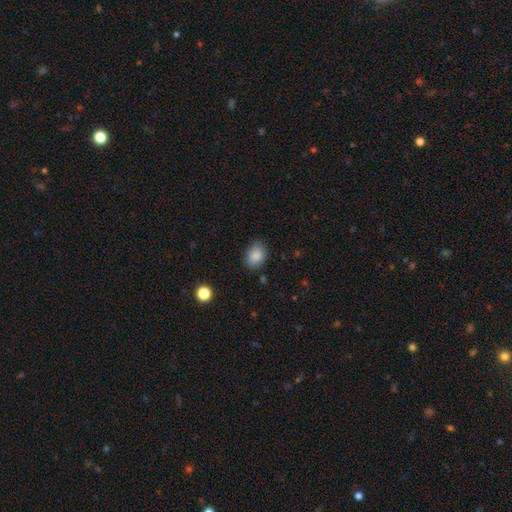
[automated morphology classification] A smooth galaxy with no disk features (87%) that is in between round and cigar-shaped (67%).

Vote fractions:
- Smooth or featured? smooth: 87% / star or artifact: 9% / featured or disk: 5%
- How rounded? in between: 67% / round: 32% / cigar-shaped: 1%
- Merging? none: 80% / minor disturbance: 15% / major disturbance: 3% / merger: 2%